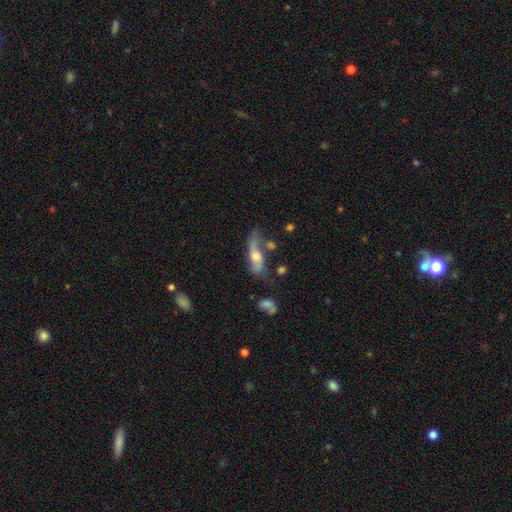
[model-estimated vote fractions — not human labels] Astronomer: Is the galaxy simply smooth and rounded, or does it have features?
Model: featured or disk — 60%.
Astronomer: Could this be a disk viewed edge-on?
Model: no — 74%.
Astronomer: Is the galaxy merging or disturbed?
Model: none — 35% (runner-up: major disturbance, 26%).